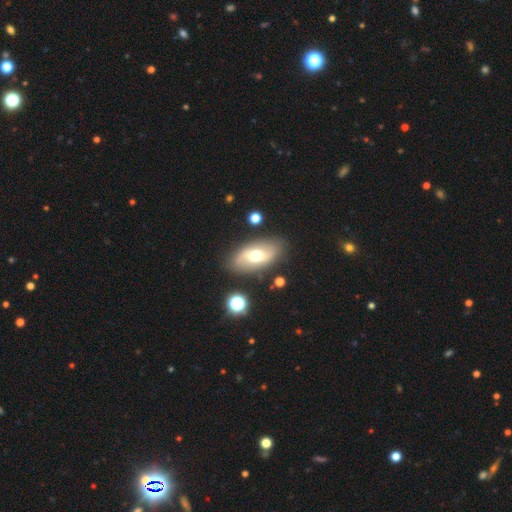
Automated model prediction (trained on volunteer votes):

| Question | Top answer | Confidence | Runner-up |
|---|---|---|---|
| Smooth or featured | smooth | 53% | featured or disk (39%) |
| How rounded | in between | 90% | round (6%) |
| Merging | none | 82% | minor disturbance (12%) |